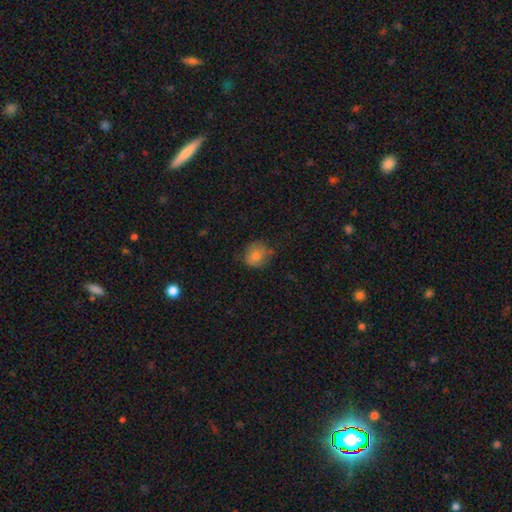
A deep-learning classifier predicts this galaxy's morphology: Q: Smooth or featured?
A: smooth (81%); runner-up: featured or disk (10%)
Q: How rounded?
A: round (77%); runner-up: in between (22%)
Q: Merging?
A: none (62%); runner-up: minor disturbance (28%)